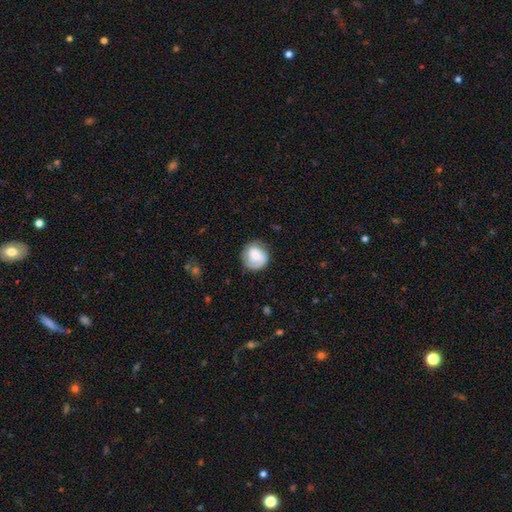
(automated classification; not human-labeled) A smooth galaxy with no disk features (49%).

Vote fractions:
- Smooth or featured? smooth: 49% / featured or disk: 43% / star or artifact: 7%
- Merging? none: 73% / minor disturbance: 19% / major disturbance: 7% / merger: 1%